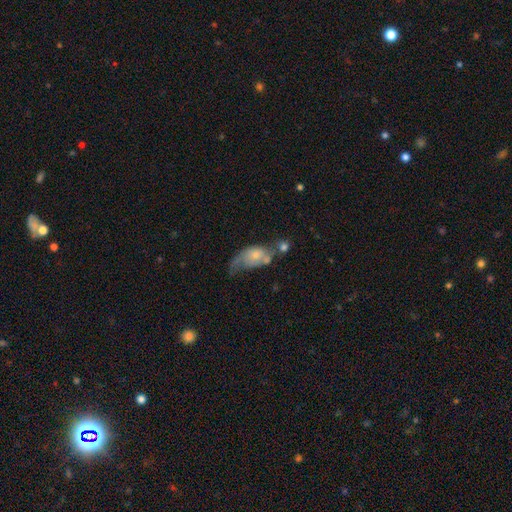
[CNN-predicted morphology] Overall: smooth (47%; featured or disk 45%). Merging: major disturbance (30%; merger 28%).